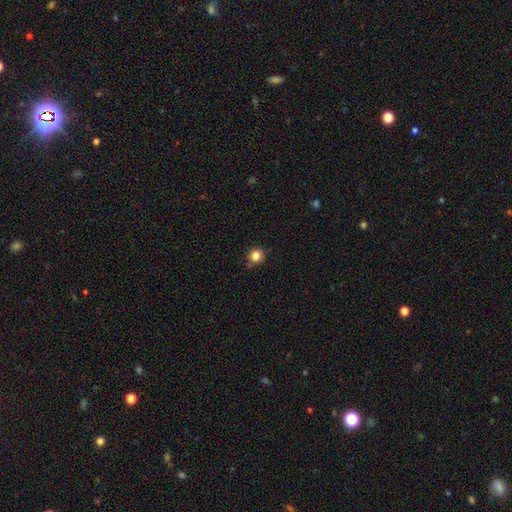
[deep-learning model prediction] smooth_or_featured: smooth (p=0.83) [alt: star or artifact p=0.12]
how_rounded: round (p=0.91) [alt: in between p=0.08]
merging: none (p=0.80) [alt: minor disturbance p=0.15]